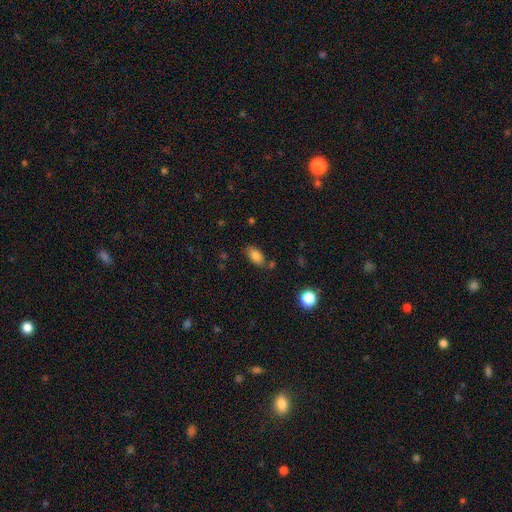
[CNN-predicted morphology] Smooth or featured? Predicted: smooth (p=0.83). How rounded? Predicted: in between (p=0.90). Merging? Predicted: none (p=0.75).